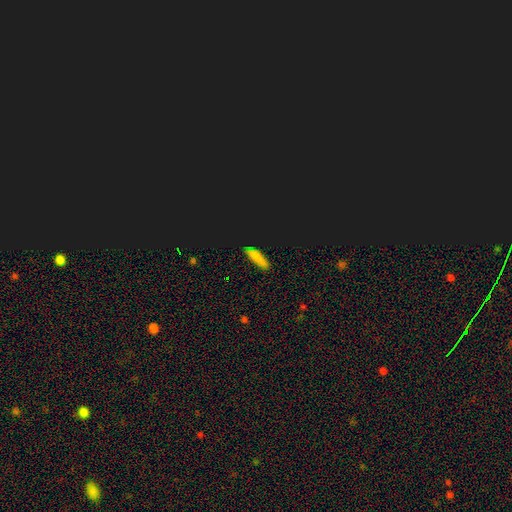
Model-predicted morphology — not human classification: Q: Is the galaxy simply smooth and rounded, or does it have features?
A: smooth — 62%.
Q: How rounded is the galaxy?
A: cigar-shaped — 54%.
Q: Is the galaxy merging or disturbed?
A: none — 77%.